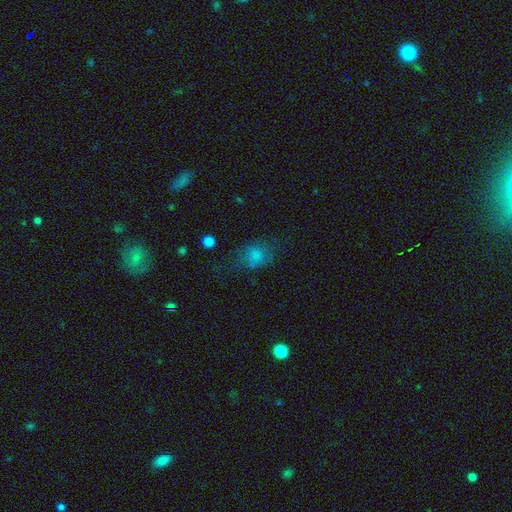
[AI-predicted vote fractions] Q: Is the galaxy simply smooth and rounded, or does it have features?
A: smooth — 75%.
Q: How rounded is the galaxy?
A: round — 50%.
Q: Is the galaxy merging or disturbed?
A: none — 48%.